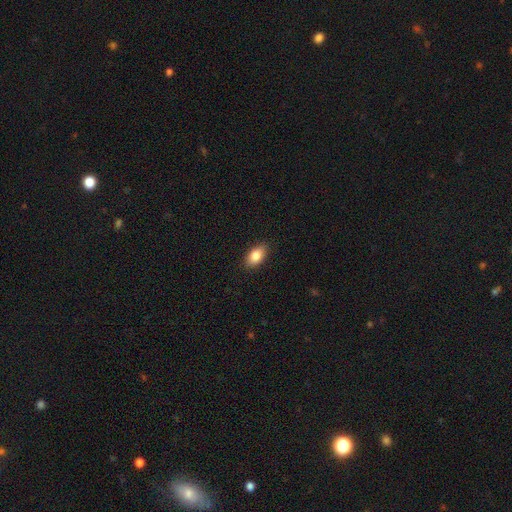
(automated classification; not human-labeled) Morphology: type=smooth (85%); roundness=in between (91%); merging=none (88%).